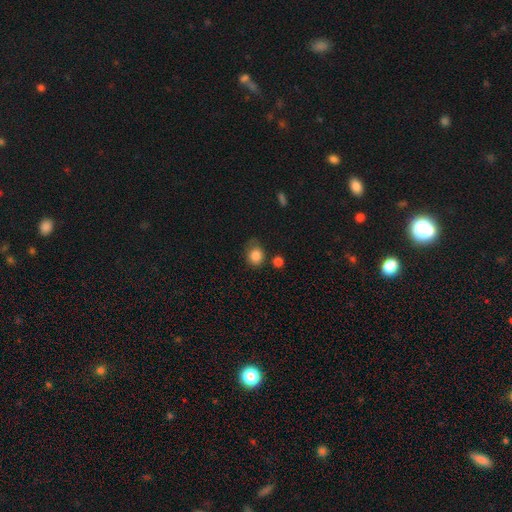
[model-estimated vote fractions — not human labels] smooth-or-featured: smooth: 84% | star or artifact: 9% | featured or disk: 7%
  how-rounded: round: 61% | in between: 38% | cigar-shaped: 1%
  merging: none: 58% | minor disturbance: 27% | major disturbance: 9% | merger: 6%